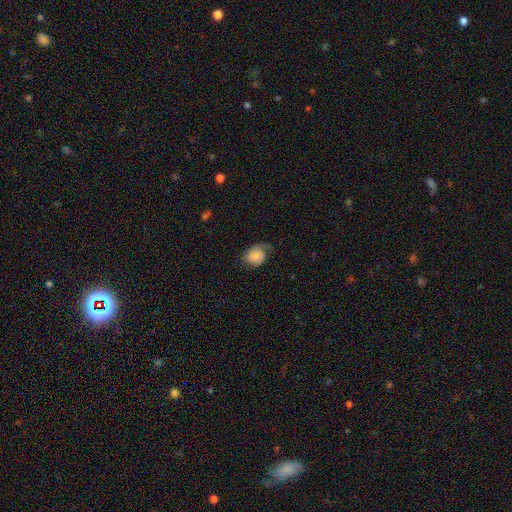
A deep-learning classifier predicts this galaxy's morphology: This is possibly a smooth galaxy (59%). How rounded: possibly round (52%). Merging: marginally none (43%).